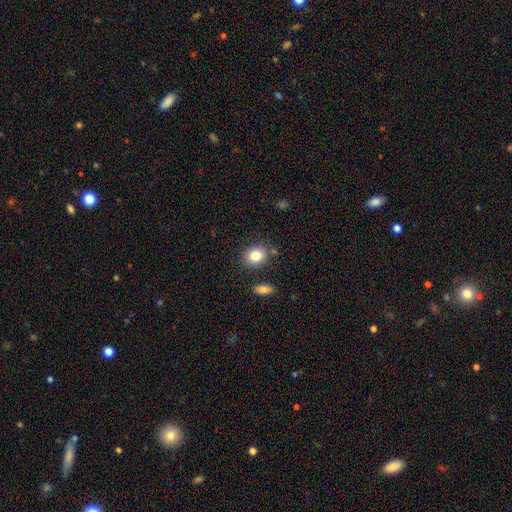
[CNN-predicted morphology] Smooth or featured: smooth — 82% (star or artifact — 9%)
How rounded: round — 58% (in between — 40%)
Merging: none — 79% (minor disturbance — 11%)